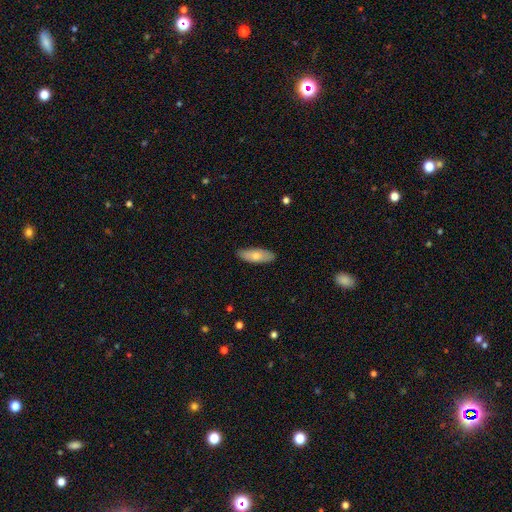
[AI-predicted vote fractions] Overall: smooth (72%). How rounded: in between (67%; cigar-shaped 31%). Merging: none (84%).